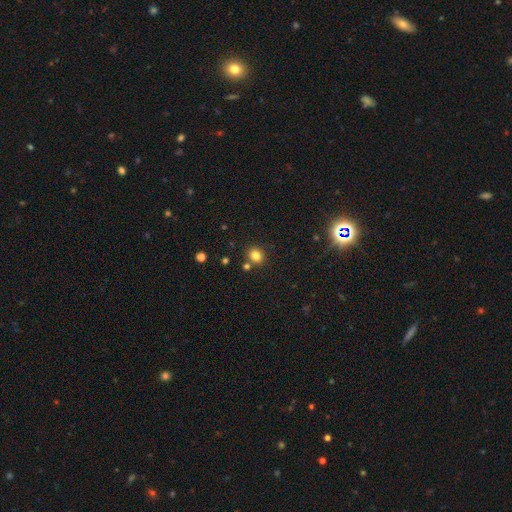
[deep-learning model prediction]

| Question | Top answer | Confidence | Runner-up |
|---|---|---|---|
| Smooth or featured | smooth | 81% | star or artifact (13%) |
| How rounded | round | 64% | in between (35%) |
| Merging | none | 79% | minor disturbance (9%) |